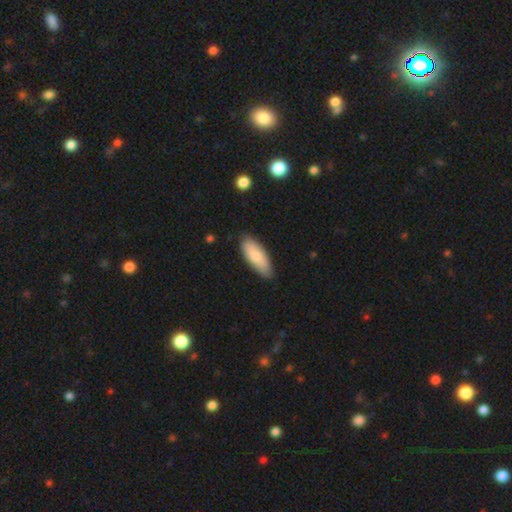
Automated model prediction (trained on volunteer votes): smooth 78%, featured or disk 17%, star or artifact 5%. Down the decision tree: how rounded — in between (75%); merging — none (83%).